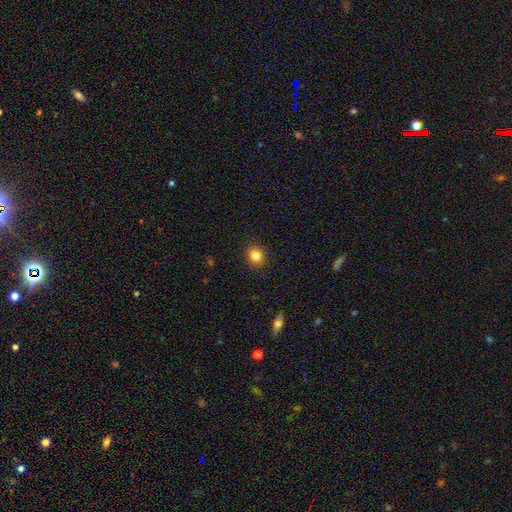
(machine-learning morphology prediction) A smooth galaxy with no disk features (83%) that is round (80%).

Vote fractions:
- Smooth or featured? smooth: 83% / star or artifact: 11% / featured or disk: 5%
- How rounded? round: 80% / in between: 19% / cigar-shaped: 1%
- Merging? none: 90% / minor disturbance: 7% / major disturbance: 2% / merger: 1%